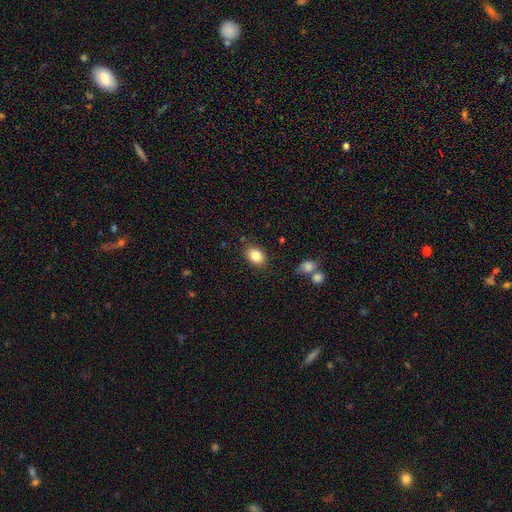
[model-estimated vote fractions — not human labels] Q: Smooth or featured?
A: smooth (83%); runner-up: star or artifact (9%)
Q: How rounded?
A: in between (72%); runner-up: round (27%)
Q: Merging?
A: none (85%); runner-up: minor disturbance (11%)